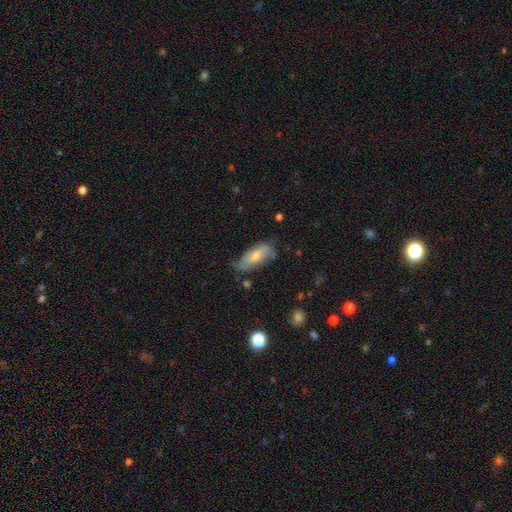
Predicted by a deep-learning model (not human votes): A smooth galaxy with no disk features (55%) that is in between round and cigar-shaped (82%).

Vote fractions:
- Smooth or featured? smooth: 55% / featured or disk: 38% / star or artifact: 7%
- How rounded? in between: 82% / cigar-shaped: 15% / round: 3%
- Merging? none: 53% / minor disturbance: 34% / major disturbance: 10% / merger: 3%